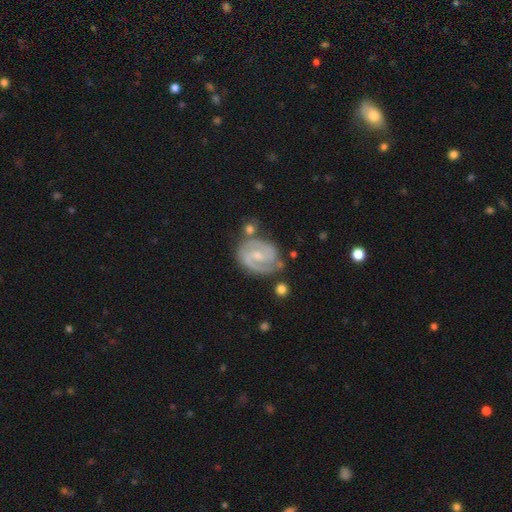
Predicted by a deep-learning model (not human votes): smooth_or_featured: featured or disk (p=0.89) [alt: smooth p=0.07]
disk_edge_on: no (p=0.98) [alt: yes p=0.02]
bar: weak (p=0.52) [alt: no p=0.28]
has_spiral_arms: yes (p=0.97) [alt: no p=0.03]
spiral_winding: tight (p=0.51) [alt: medium p=0.42]
spiral_arm_count: 2 (p=0.87) [alt: can't tell p=0.04]
bulge_size: small (p=0.57) [alt: moderate p=0.35]
merging: none (p=0.70) [alt: minor disturbance p=0.18]